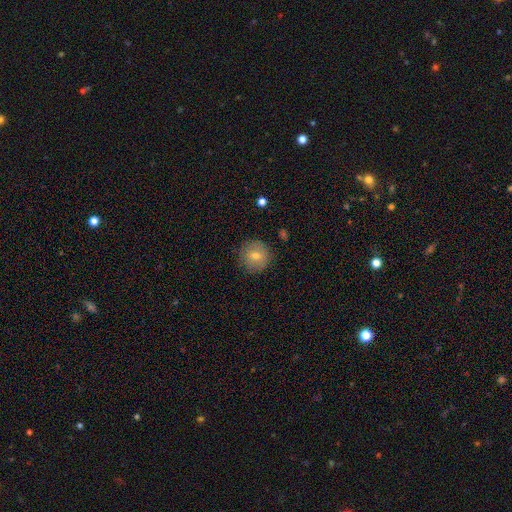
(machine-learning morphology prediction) smooth-or-featured: smooth: 69% | featured or disk: 20% | star or artifact: 12%
  how-rounded: round: 94% | in between: 5% | cigar-shaped: 1%
  merging: none: 88% | minor disturbance: 9% | major disturbance: 2% | merger: 1%